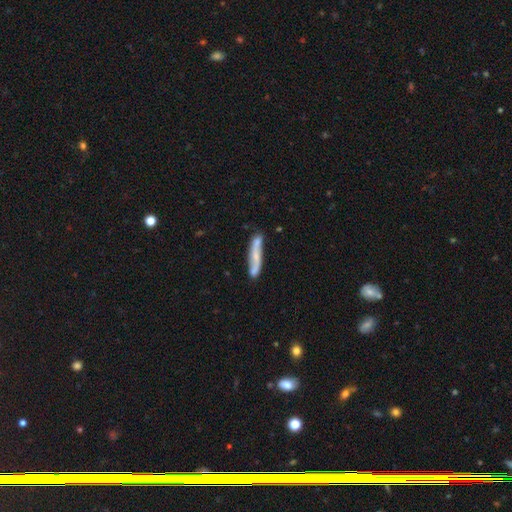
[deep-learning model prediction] featured or disk 54%, smooth 39%, star or artifact 6%. Down the decision tree: edge-on disk — no (58%); merging — none (69%).